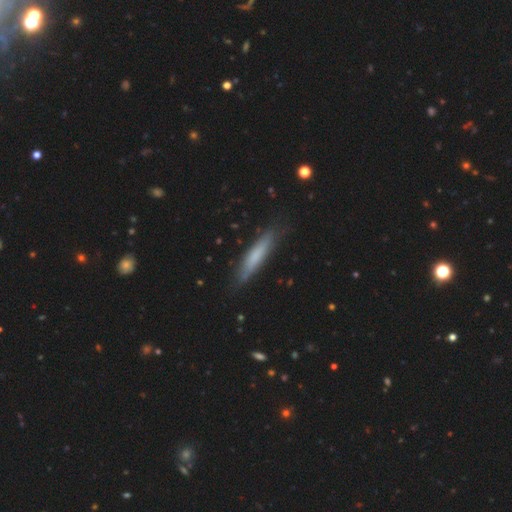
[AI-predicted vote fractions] Smooth or featured?
  - smooth: 63% *
  - featured or disk: 31%
  - star or artifact: 6%
How rounded?
  - cigar-shaped: 88% *
  - in between: 11%
  - round: 1%
Merging?
  - none: 83% *
  - minor disturbance: 13%
  - major disturbance: 2%
  - merger: 1%